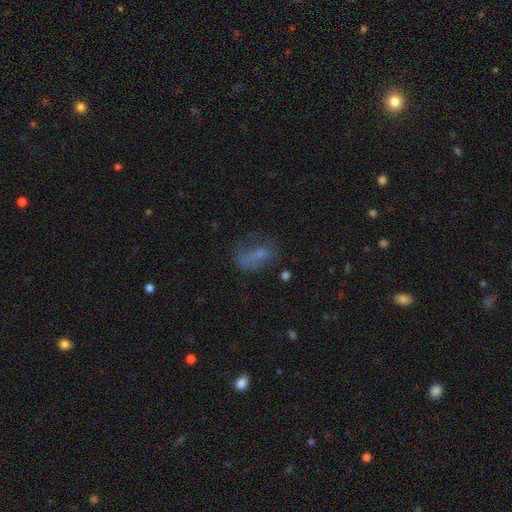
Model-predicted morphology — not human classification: Smooth or featured? smooth (49%)
Merging? none (41%)